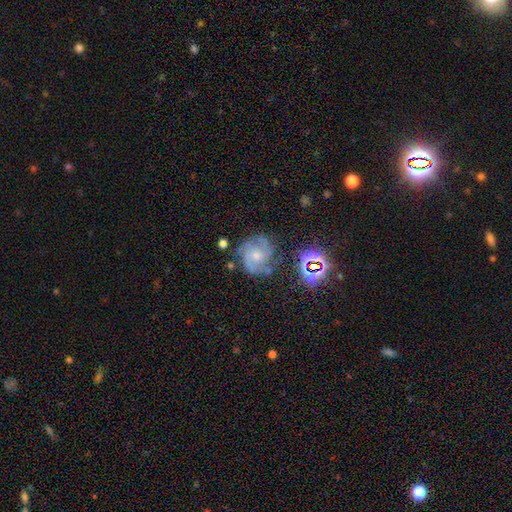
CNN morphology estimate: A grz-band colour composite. It shows a featured or disk galaxy (79%) with no bar (70%), 3 (45%) tight (48%) spiral arms (96%) and a small central bulge (57%). Merging: none (69%).